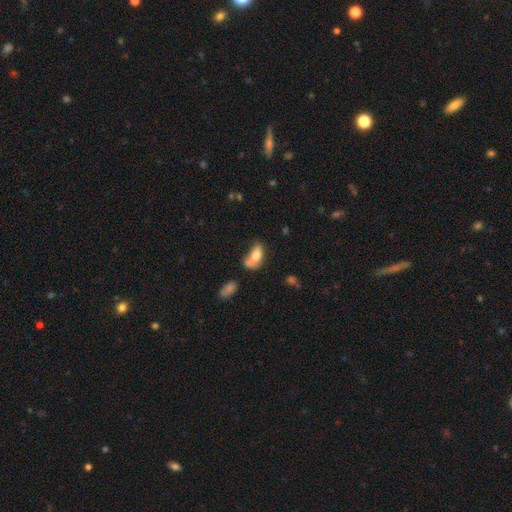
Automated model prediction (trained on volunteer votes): Smooth or featured?
  - smooth: 74% *
  - featured or disk: 17%
  - star or artifact: 9%
How rounded?
  - in between: 85% *
  - round: 9%
  - cigar-shaped: 6%
Merging?
  - merger: 37% *
  - none: 27%
  - minor disturbance: 20%
  - major disturbance: 16%